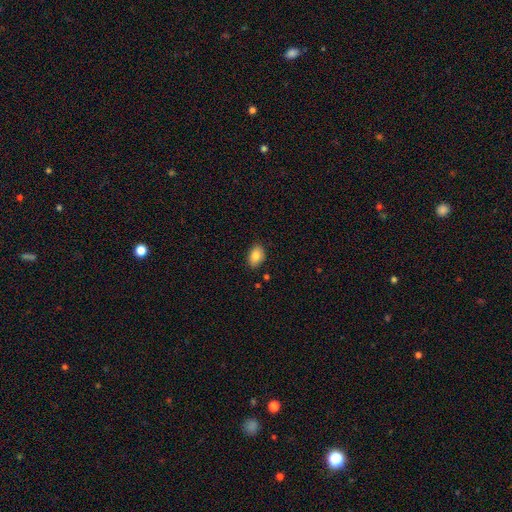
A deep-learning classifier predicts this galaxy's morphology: smooth 85%, star or artifact 8%, featured or disk 7%. Down the decision tree: how rounded — in between (86%); merging — none (84%).